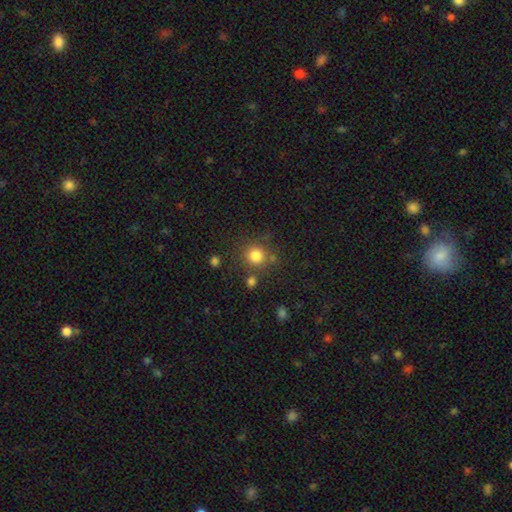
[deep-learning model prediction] Q: Smooth or featured?
A: smooth (81%); runner-up: star or artifact (13%)
Q: How rounded?
A: round (93%); runner-up: in between (6%)
Q: Merging?
A: none (78%); runner-up: minor disturbance (9%)